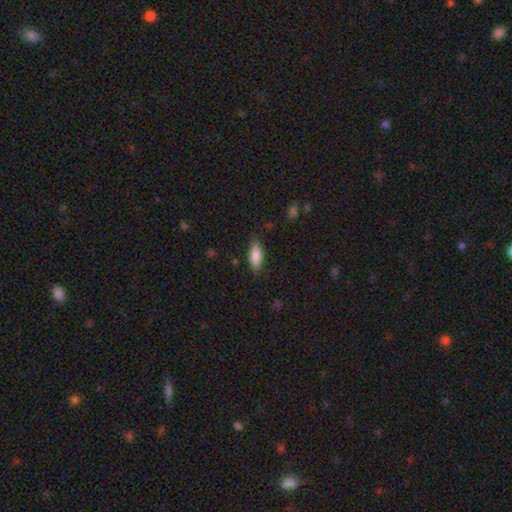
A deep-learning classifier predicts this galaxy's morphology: A smooth galaxy with no disk features (80%) that is in between round and cigar-shaped (72%). Merging: none (81%).